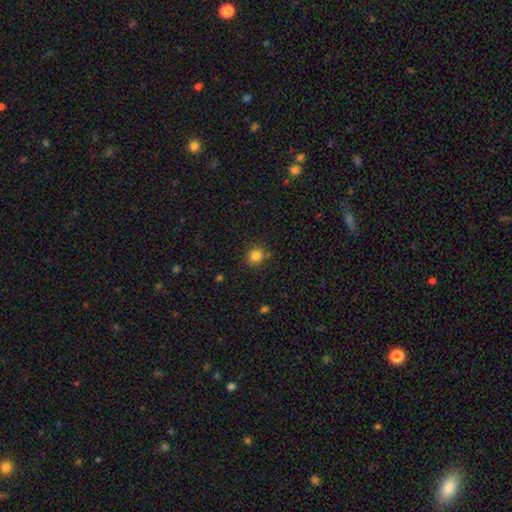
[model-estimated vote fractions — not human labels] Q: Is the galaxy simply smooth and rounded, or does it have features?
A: smooth — 83%.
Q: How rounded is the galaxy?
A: round — 84%.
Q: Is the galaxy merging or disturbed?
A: none — 79%.